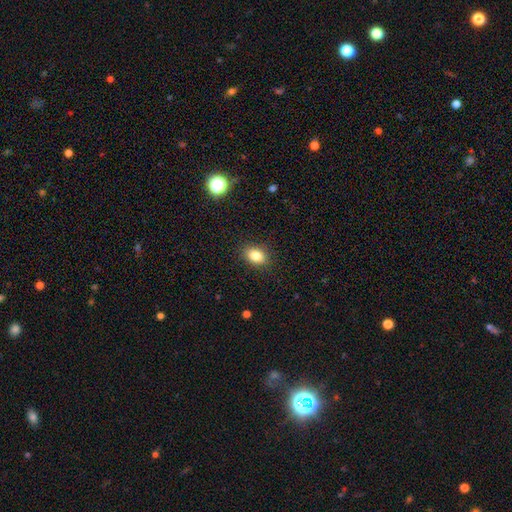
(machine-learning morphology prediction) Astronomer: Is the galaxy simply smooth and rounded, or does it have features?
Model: smooth — 84%.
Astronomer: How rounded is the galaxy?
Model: in between — 76%.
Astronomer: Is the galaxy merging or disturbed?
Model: none — 88%.